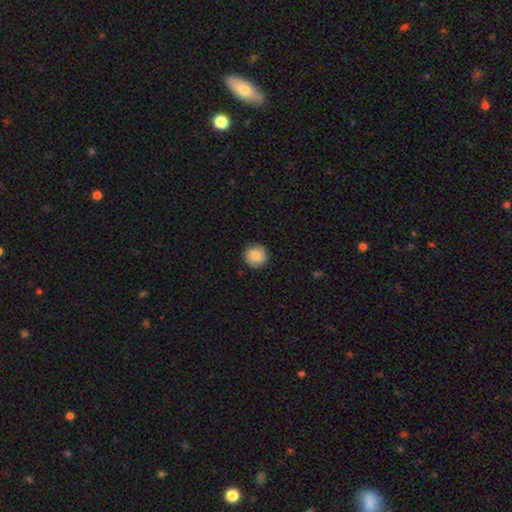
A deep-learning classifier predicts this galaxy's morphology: smooth-or-featured: smooth: 80% | featured or disk: 12% | star or artifact: 7%
  how-rounded: round: 92% | in between: 7% | cigar-shaped: 1%
  merging: none: 88% | minor disturbance: 9% | major disturbance: 2% | merger: 1%